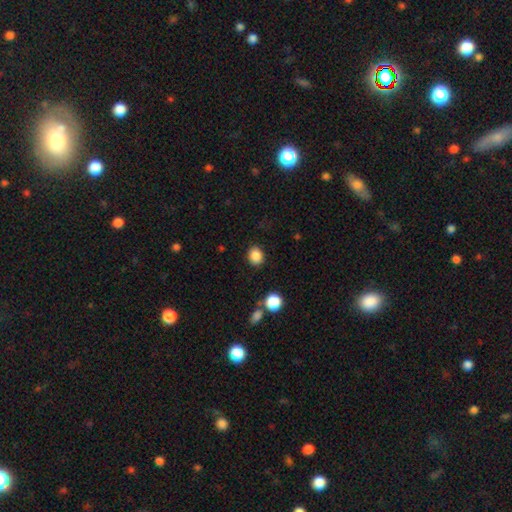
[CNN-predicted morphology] smooth-or-featured: smooth: 87% | star or artifact: 10% | featured or disk: 4%
  how-rounded: round: 62% | in between: 37% | cigar-shaped: 1%
  merging: none: 87% | minor disturbance: 8% | major disturbance: 3% | merger: 2%